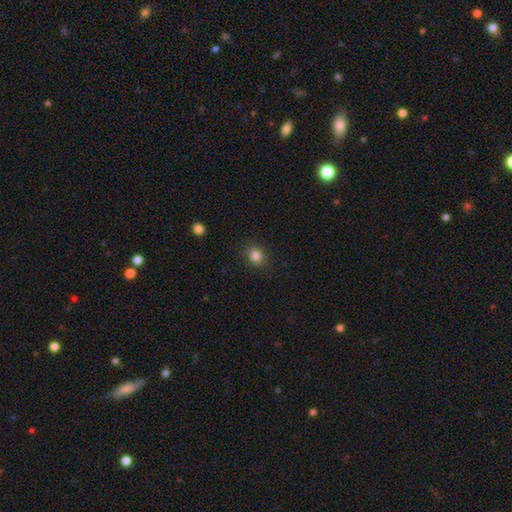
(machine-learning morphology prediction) smooth 84%, star or artifact 11%, featured or disk 5%. Down the decision tree: how rounded — round (61%); merging — none (86%).